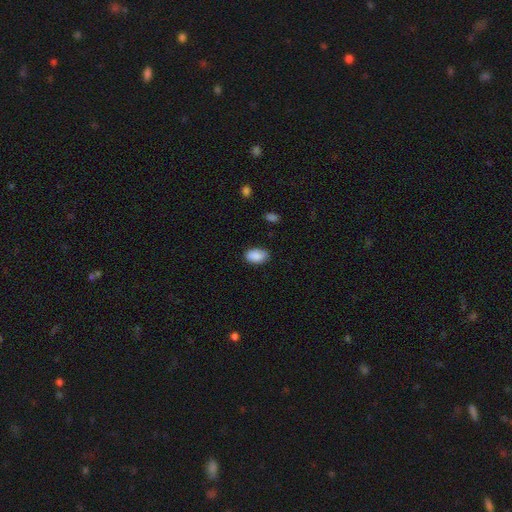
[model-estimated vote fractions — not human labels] The model was most divided on "merging": none: 82%, minor disturbance: 14%, major disturbance: 3%, merger: 1%. More confident: how rounded — in between (91%); smooth or featured — smooth (89%).